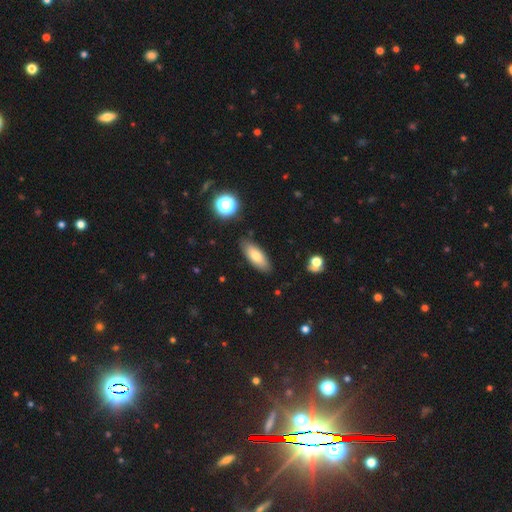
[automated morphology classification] The model was most divided on "how rounded": in between: 71%, cigar-shaped: 26%, round: 3%. More confident: merging — none (84%); smooth or featured — smooth (76%).